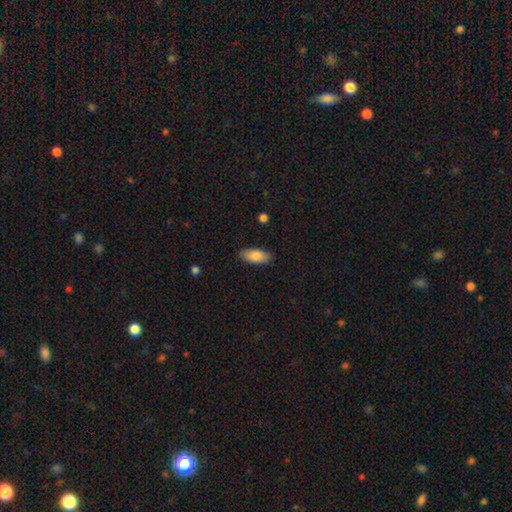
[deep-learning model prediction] This is clearly a smooth galaxy (83%). How rounded: clearly in between (86%). Merging: clearly none (87%).